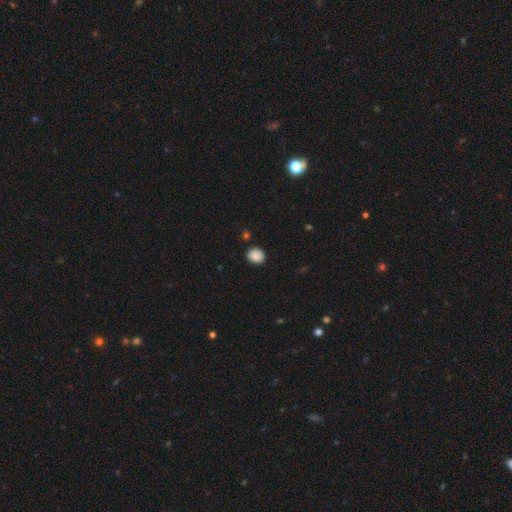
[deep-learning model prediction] Smooth or featured? smooth (87%)
How rounded? round (65%)
Merging? none (85%)